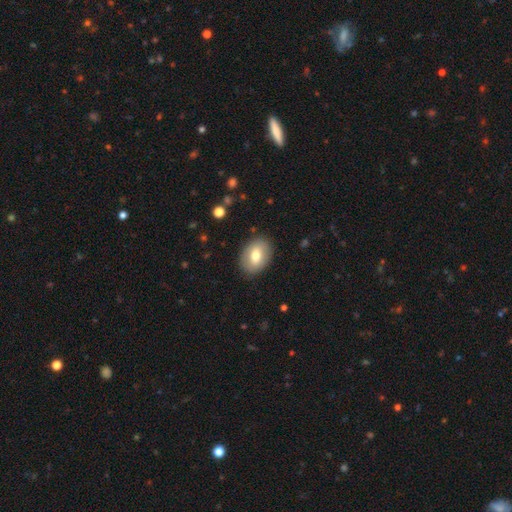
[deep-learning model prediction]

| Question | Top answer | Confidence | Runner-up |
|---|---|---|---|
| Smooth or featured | smooth | 71% | featured or disk (22%) |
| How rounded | in between | 79% | round (19%) |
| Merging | none | 87% | minor disturbance (10%) |